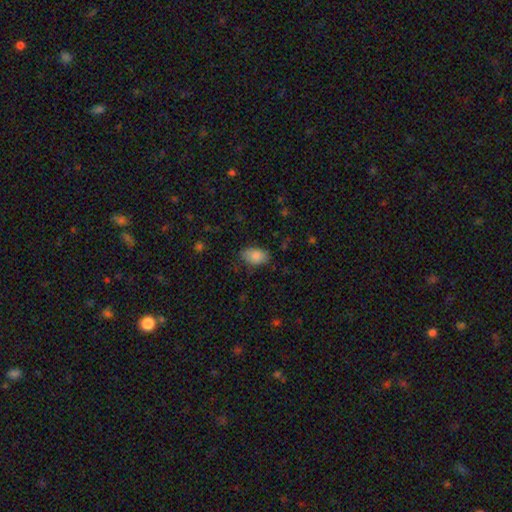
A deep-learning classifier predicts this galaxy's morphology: Smooth or featured? smooth (85%)
How rounded? in between (90%)
Merging? none (76%)